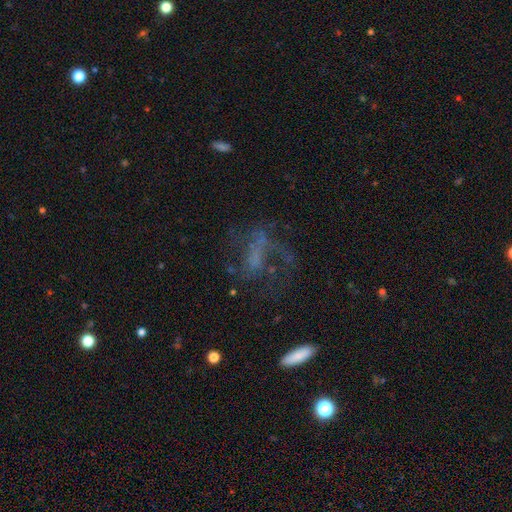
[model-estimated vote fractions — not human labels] Smooth or featured? Predicted: featured or disk (p=0.54). Edge-on disk? Predicted: no (p=0.93). Merging? Predicted: none (p=0.43).